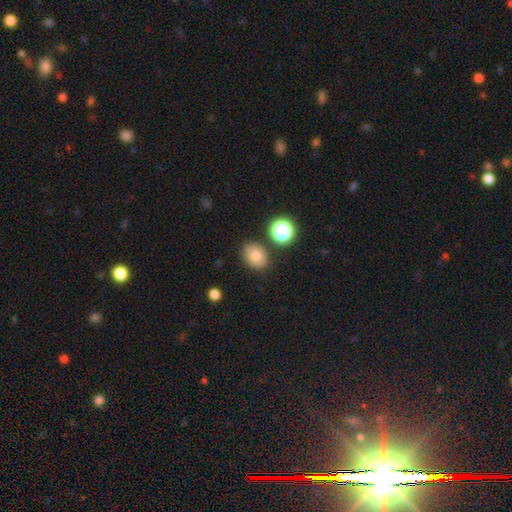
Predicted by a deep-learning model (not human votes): Smooth or featured: smooth — 81% (star or artifact — 12%)
How rounded: in between — 63% (round — 36%)
Merging: none — 82% (minor disturbance — 11%)